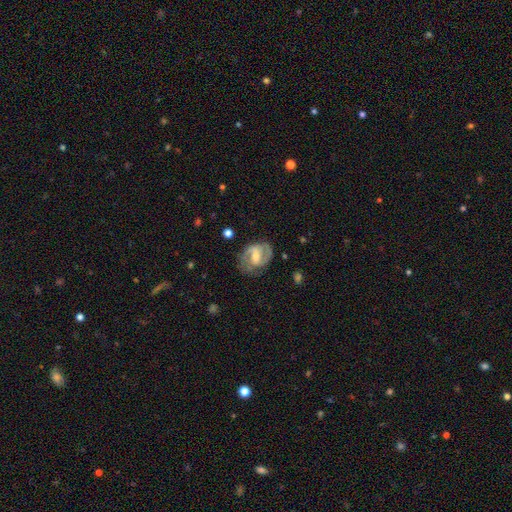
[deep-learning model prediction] The model was most divided on "bar": weak: 49%, strong: 33%, no: 19%. More confident: edge-on disk — no (97%); spiral arms — yes (91%); spiral arm count — 2 (83%); smooth or featured — featured or disk (81%); merging — none (71%); bulge size — moderate (55%); spiral winding — medium (52%).